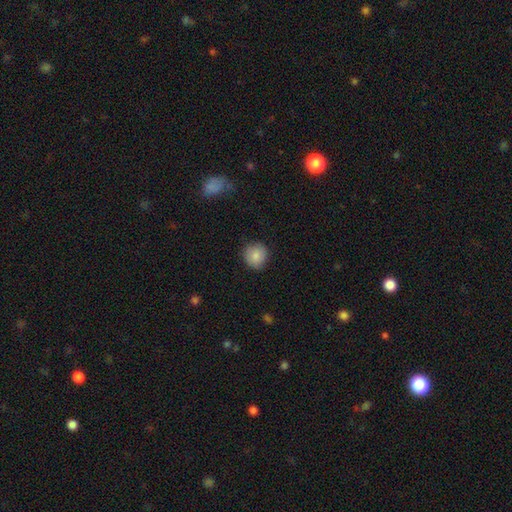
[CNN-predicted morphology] A smooth galaxy with no disk features (86%) that is round (91%).

Vote fractions:
- Smooth or featured? smooth: 86% / star or artifact: 8% / featured or disk: 6%
- How rounded? round: 91% / in between: 8% / cigar-shaped: 1%
- Merging? none: 87% / minor disturbance: 10% / major disturbance: 2% / merger: 1%